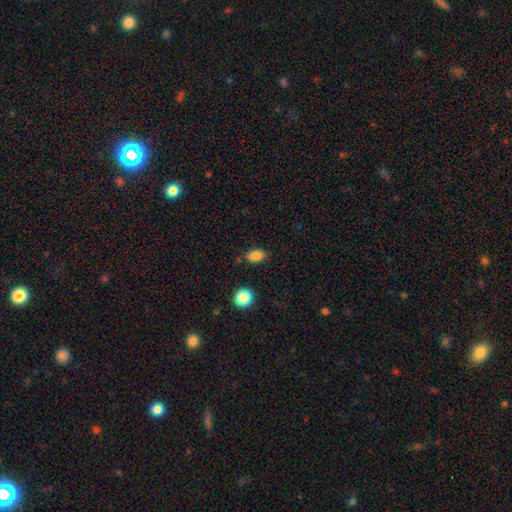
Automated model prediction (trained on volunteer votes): smooth_or_featured: smooth (p=0.85) [alt: star or artifact p=0.10]
how_rounded: in between (p=0.84) [alt: round p=0.14]
merging: none (p=0.80) [alt: minor disturbance p=0.14]